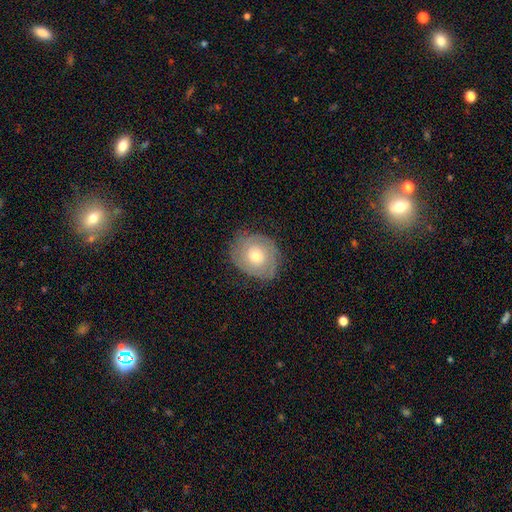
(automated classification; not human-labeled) Smooth or featured? Predicted: featured or disk (p=0.67). Edge-on disk? Predicted: no (p=0.97). Bar? Predicted: no (p=0.82). Spiral arms? Predicted: yes (p=0.86). Spiral winding? Predicted: tight (p=0.71). Spiral arm count? Predicted: 2 (p=0.54). Bulge size? Predicted: moderate (p=0.62). Merging? Predicted: none (p=0.78).